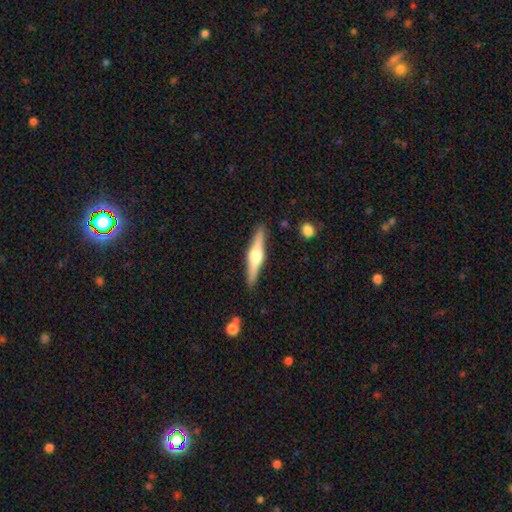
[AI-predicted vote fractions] smooth-or-featured: featured or disk: 70% | smooth: 25% | star or artifact: 5%
  disk-edge-on: yes: 97% | no: 3%
    edge-on-bulge: rounded: 93% | boxy: 5% | none: 2%
  merging: none: 89% | minor disturbance: 8% | major disturbance: 2% | merger: 1%